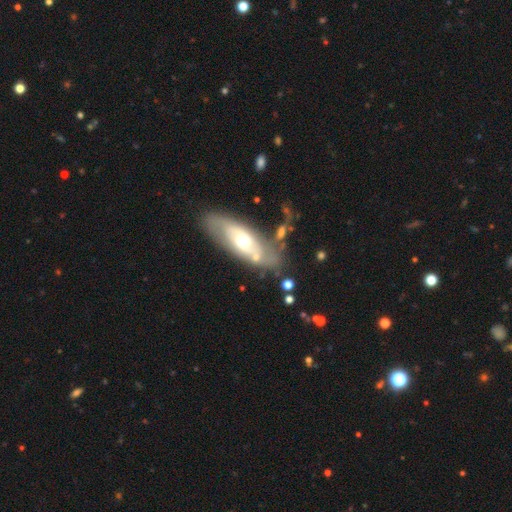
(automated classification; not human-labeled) smooth-or-featured: featured or disk: 58% | smooth: 36% | star or artifact: 6%
  disk-edge-on: no: 79% | yes: 21%
  merging: none: 60% | minor disturbance: 18% | merger: 11% | major disturbance: 11%